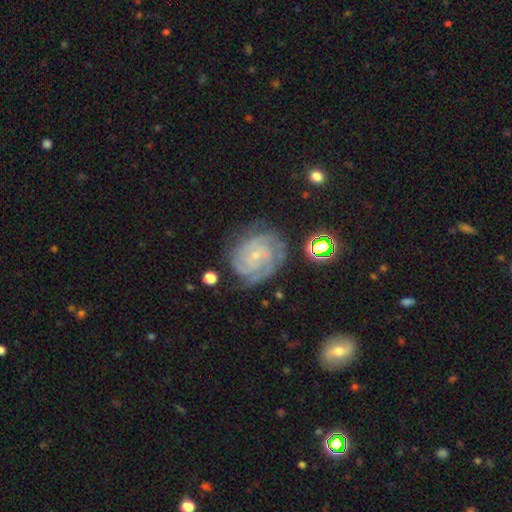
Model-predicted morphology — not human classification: This appears to be a featured or disk galaxy (86%) with no bar (66%), 3 (32%) tight (74%) spiral arms (97%) and a small central bulge (84%). Merging: none (73%).